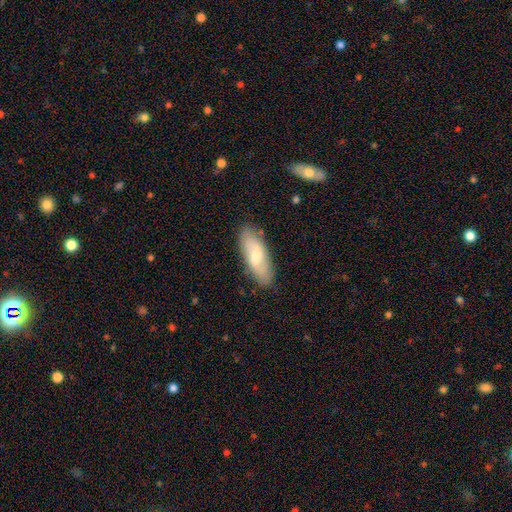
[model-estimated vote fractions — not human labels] This appears to be a smooth galaxy with no disk features (61%) that is in between round and cigar-shaped (70%). Merging: none (83%).